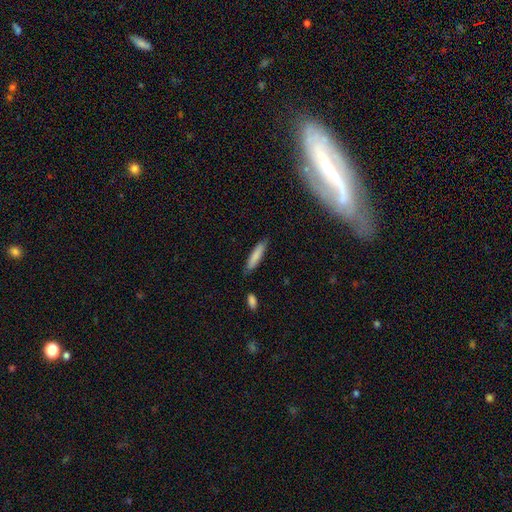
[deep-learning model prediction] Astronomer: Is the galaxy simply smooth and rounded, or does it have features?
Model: smooth — 82%.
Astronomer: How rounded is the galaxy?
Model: cigar-shaped — 84%.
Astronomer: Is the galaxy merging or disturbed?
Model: none — 83%.